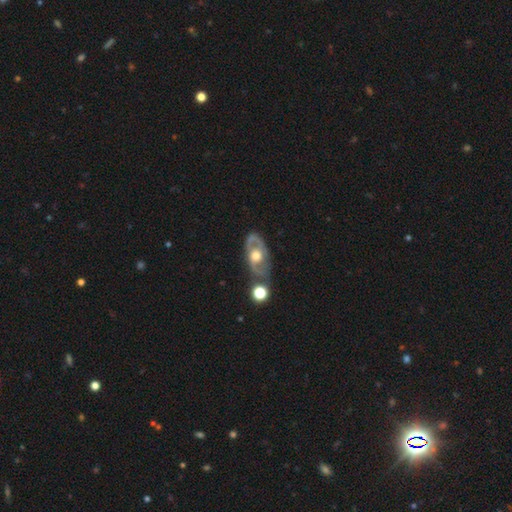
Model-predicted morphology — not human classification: A featured or disk galaxy (73%) with no bar (79%), spiral arms (58%) and a moderate central bulge (59%). Merging: none (67%).